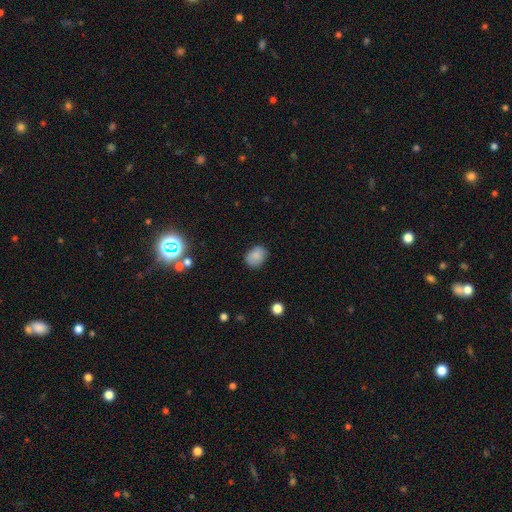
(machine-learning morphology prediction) Smooth or featured? smooth (85%)
How rounded? in between (58%)
Merging? none (82%)